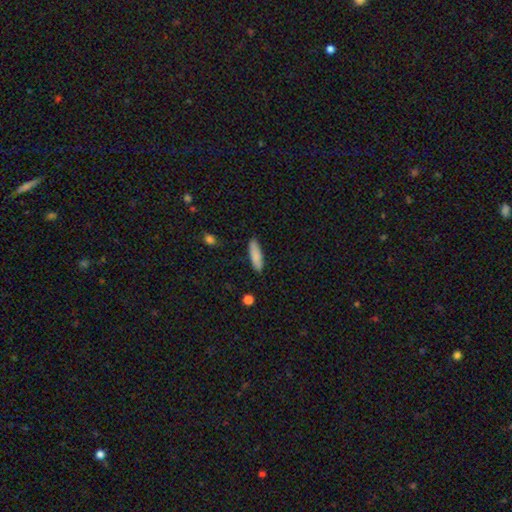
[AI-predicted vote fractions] Overall: smooth (86%). How rounded: cigar-shaped (56%; in between 42%). Merging: none (86%).